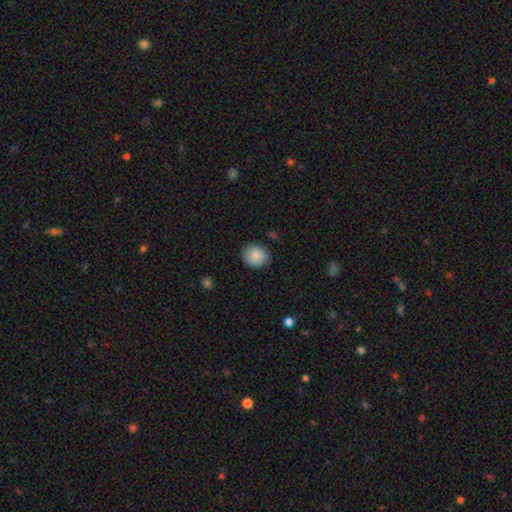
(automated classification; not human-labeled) Morphology: type=smooth (89%); roundness=round (79%); merging=none (86%).